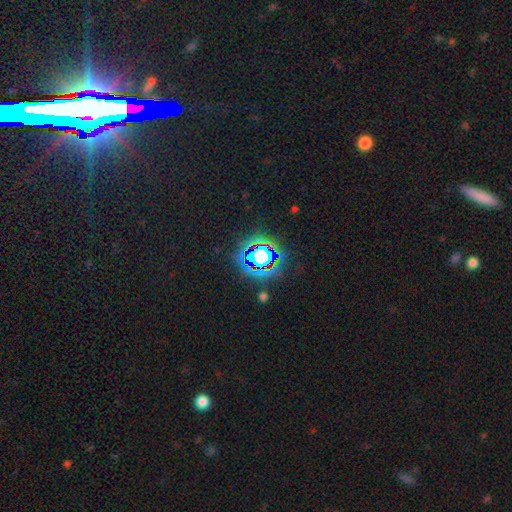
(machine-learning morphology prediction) Q: Smooth or featured?
A: star or artifact (72%); runner-up: smooth (16%)